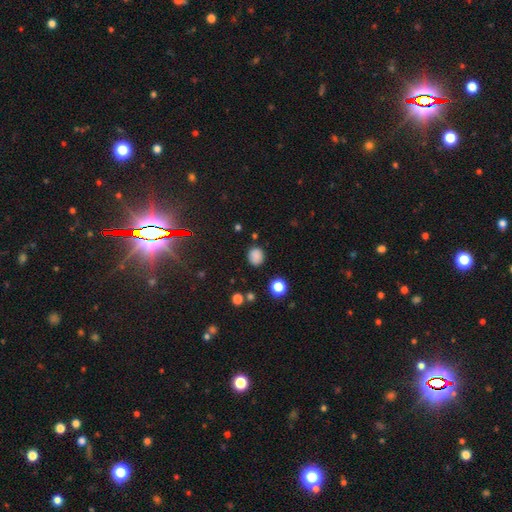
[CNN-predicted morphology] Smooth or featured? smooth (82%)
How rounded? round (74%)
Merging? none (83%)